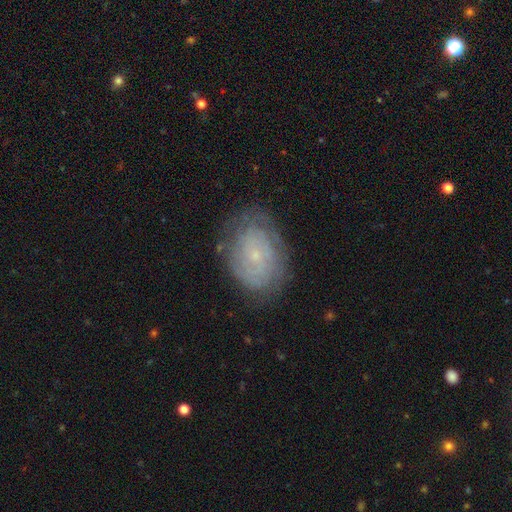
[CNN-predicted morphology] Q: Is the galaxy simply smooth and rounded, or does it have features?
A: featured or disk — 60%.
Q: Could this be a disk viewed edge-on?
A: no — 96%.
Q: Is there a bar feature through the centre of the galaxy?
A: no — 80%.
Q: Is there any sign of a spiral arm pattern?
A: yes — 79%.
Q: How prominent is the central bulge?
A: small — 82%.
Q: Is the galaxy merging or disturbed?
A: none — 74%.